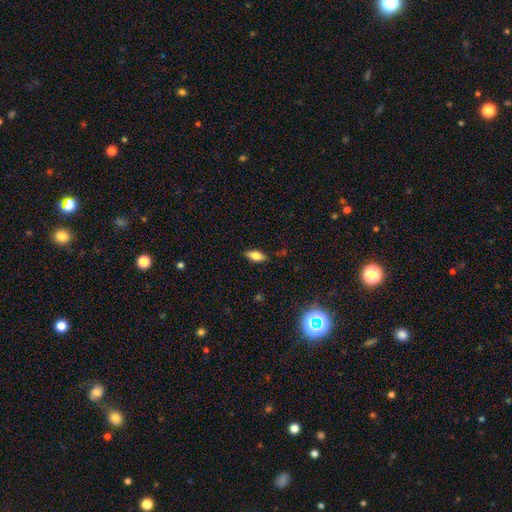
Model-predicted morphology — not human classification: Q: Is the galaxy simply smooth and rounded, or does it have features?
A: smooth — 71%.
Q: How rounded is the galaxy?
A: in between — 84%.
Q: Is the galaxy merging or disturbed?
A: none — 86%.